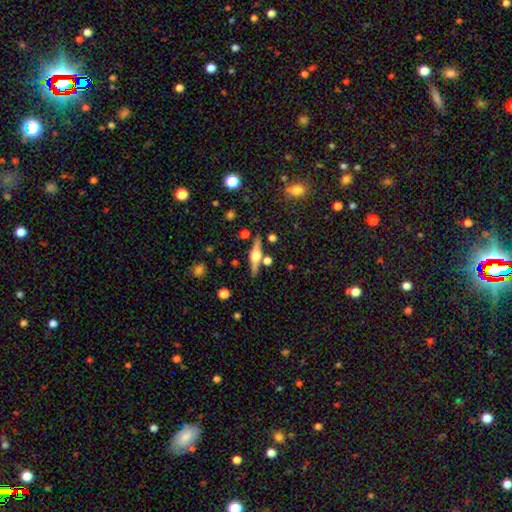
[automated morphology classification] This appears to be a featured or disk galaxy (74%) viewed edge-on (97%) with a rounded central bulge (90%). Merging: none (80%).